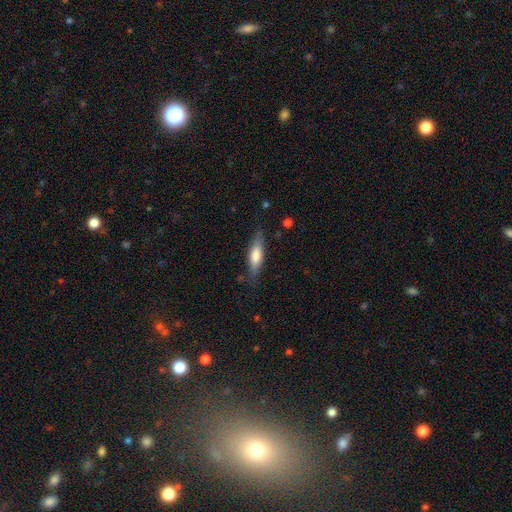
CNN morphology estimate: smooth-or-featured: smooth: 68% | featured or disk: 26% | star or artifact: 6%
  how-rounded: cigar-shaped: 57% | in between: 42% | round: 2%
  merging: none: 78% | minor disturbance: 16% | major disturbance: 4% | merger: 2%